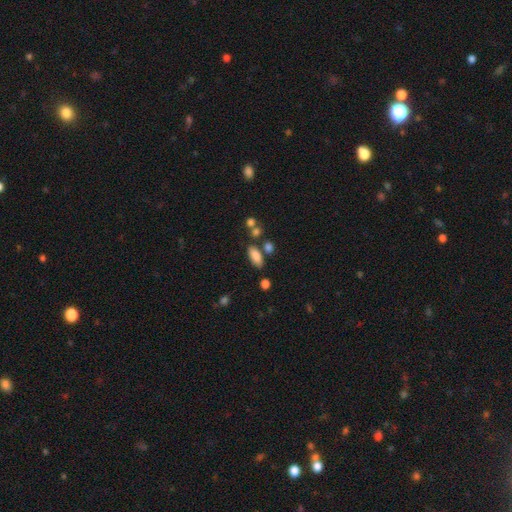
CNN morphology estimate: The model was most divided on "merging": none: 69%, minor disturbance: 13%, merger: 13%, major disturbance: 4%. More confident: smooth or featured — smooth (83%); how rounded — in between (82%).